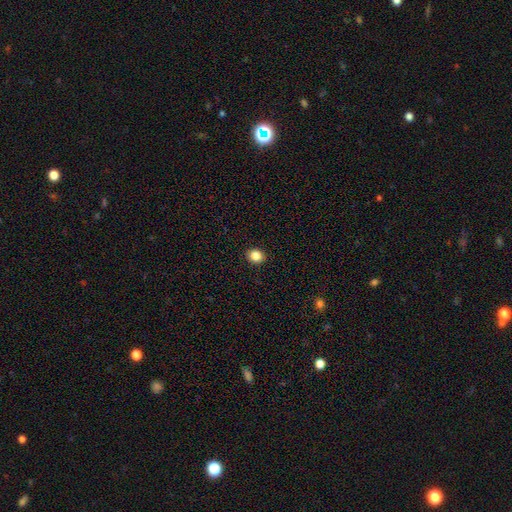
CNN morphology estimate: Q: Smooth or featured?
A: smooth (85%); runner-up: star or artifact (11%)
Q: How rounded?
A: round (68%); runner-up: in between (32%)
Q: Merging?
A: none (92%); runner-up: minor disturbance (5%)